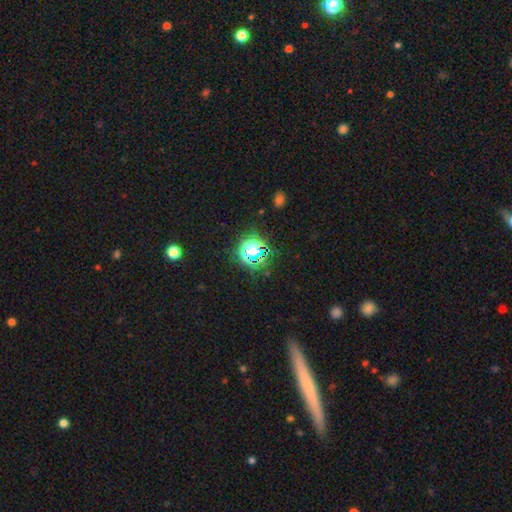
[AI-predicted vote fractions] The model was most divided on "smooth or featured": star or artifact: 74%, smooth: 18%, featured or disk: 9%.